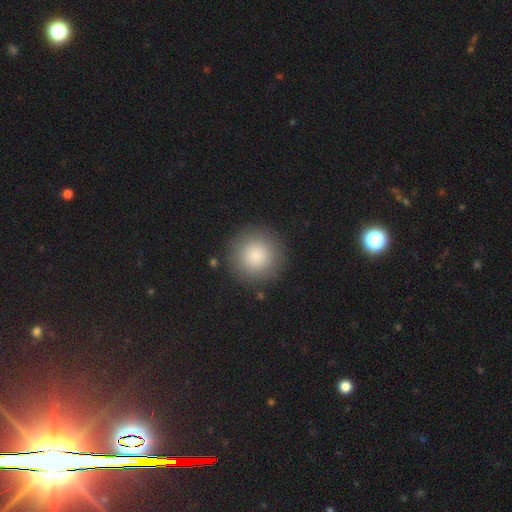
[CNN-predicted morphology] A smooth galaxy with no disk features (85%) that is round (96%).

Vote fractions:
- Smooth or featured? smooth: 85% / star or artifact: 9% / featured or disk: 6%
- How rounded? round: 96% / in between: 3% / cigar-shaped: 1%
- Merging? none: 89% / minor disturbance: 7% / major disturbance: 3% / merger: 2%